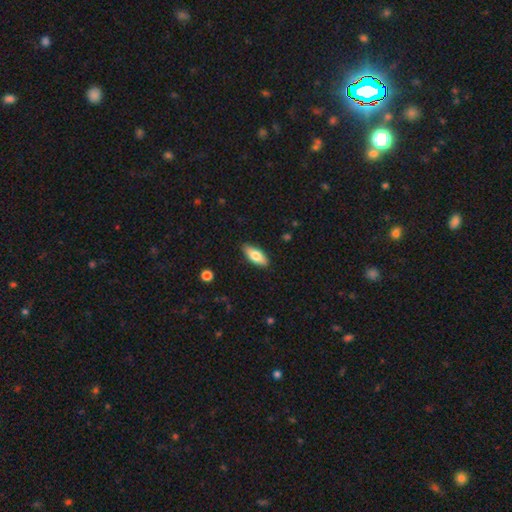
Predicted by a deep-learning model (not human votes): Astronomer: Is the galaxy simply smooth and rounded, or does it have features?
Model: smooth — 76%.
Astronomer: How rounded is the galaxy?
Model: in between — 77%.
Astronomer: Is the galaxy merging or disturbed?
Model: none — 88%.